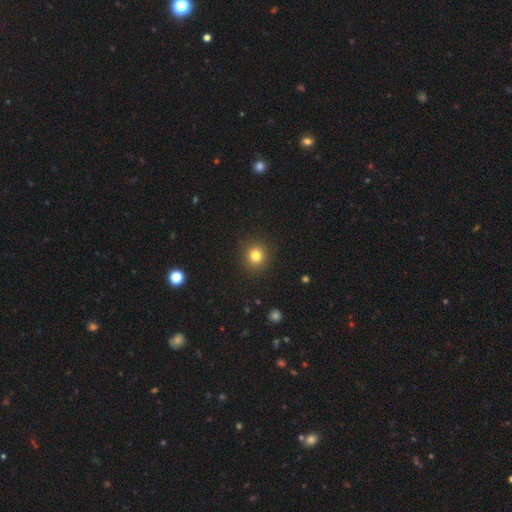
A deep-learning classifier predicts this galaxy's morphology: smooth-or-featured: smooth: 81% | star or artifact: 13% | featured or disk: 6%
  how-rounded: round: 91% | in between: 8% | cigar-shaped: 1%
  merging: none: 91% | minor disturbance: 6% | major disturbance: 2% | merger: 1%